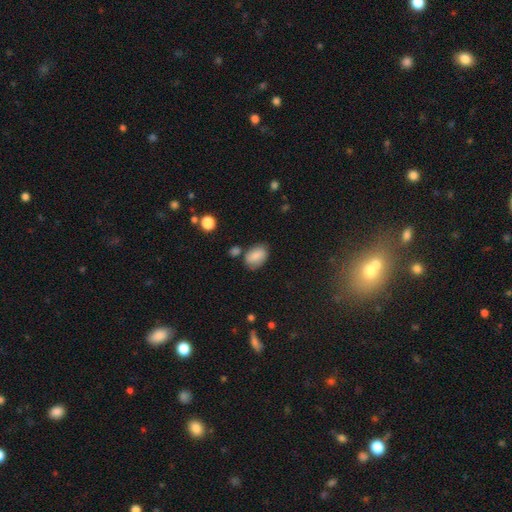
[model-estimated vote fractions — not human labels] Q: Smooth or featured?
A: smooth (83%); runner-up: star or artifact (9%)
Q: How rounded?
A: in between (87%); runner-up: round (11%)
Q: Merging?
A: none (70%); runner-up: minor disturbance (19%)